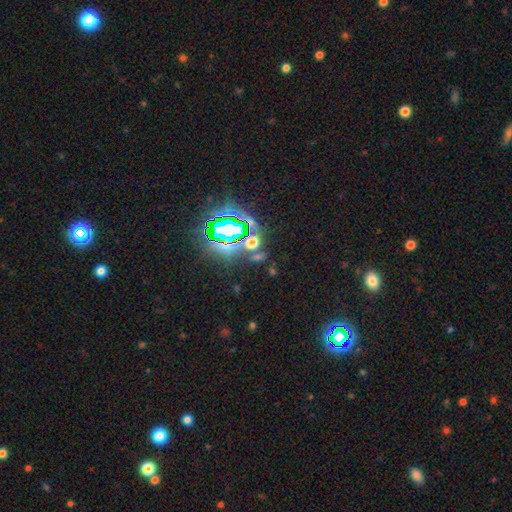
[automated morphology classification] Smooth or featured? Predicted: star or artifact (p=0.77).